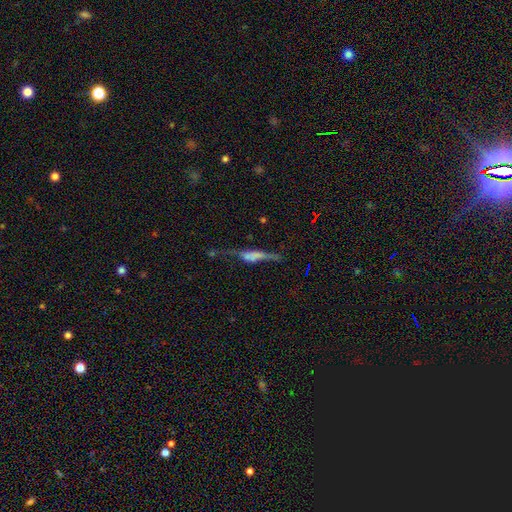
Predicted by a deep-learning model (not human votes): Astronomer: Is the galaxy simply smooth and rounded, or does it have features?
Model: featured or disk — 57%.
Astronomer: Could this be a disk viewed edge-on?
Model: yes — 79%.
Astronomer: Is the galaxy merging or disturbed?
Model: none — 39% (runner-up: major disturbance, 24%).